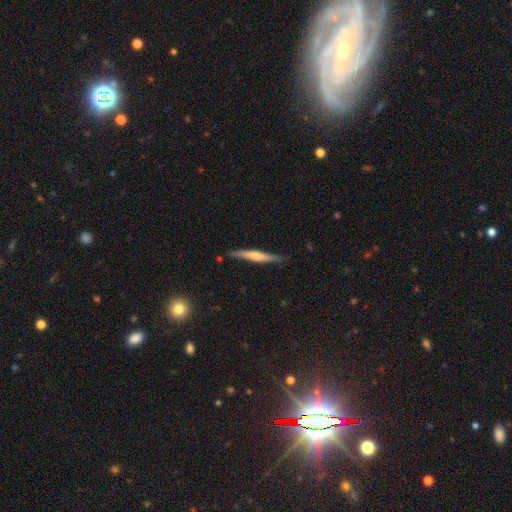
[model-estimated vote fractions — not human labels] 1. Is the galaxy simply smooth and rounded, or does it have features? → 53% featured or disk, 42% smooth, 6% star or artifact.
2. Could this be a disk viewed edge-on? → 97% yes, 3% no.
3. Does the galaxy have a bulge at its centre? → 54% rounded, 29% none, 17% boxy.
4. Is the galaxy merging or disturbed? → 85% none, 12% minor disturbance, 2% major disturbance, 2% merger.